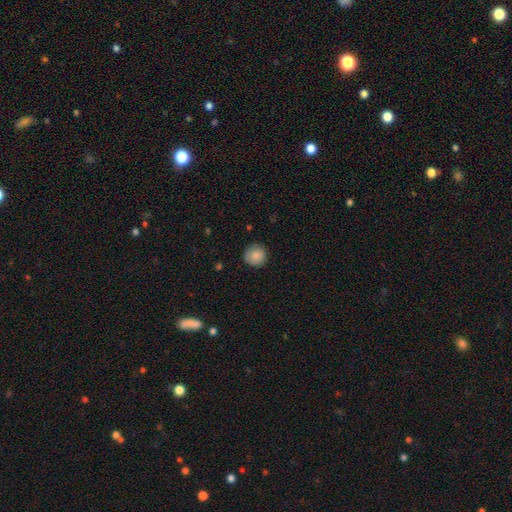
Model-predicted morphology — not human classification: A smooth galaxy with no disk features (86%) that is round (92%). Merging: none (84%).